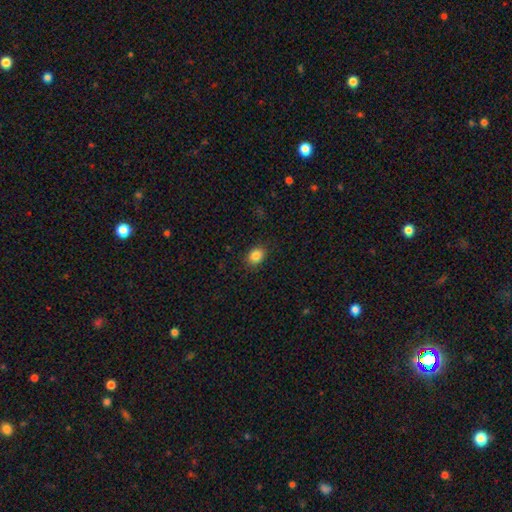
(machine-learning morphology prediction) This is clearly a smooth galaxy (86%). How rounded: possibly in between (54%). Merging: clearly none (88%).